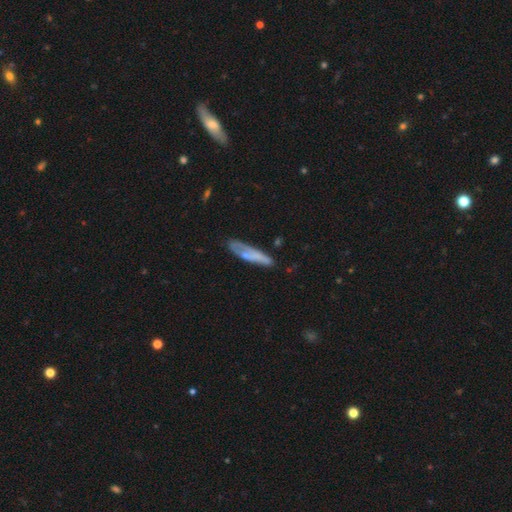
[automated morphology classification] smooth-or-featured: smooth: 52% | featured or disk: 41% | star or artifact: 7%
  how-rounded: cigar-shaped: 76% | in between: 22% | round: 2%
  merging: none: 60% | minor disturbance: 26% | major disturbance: 10% | merger: 4%